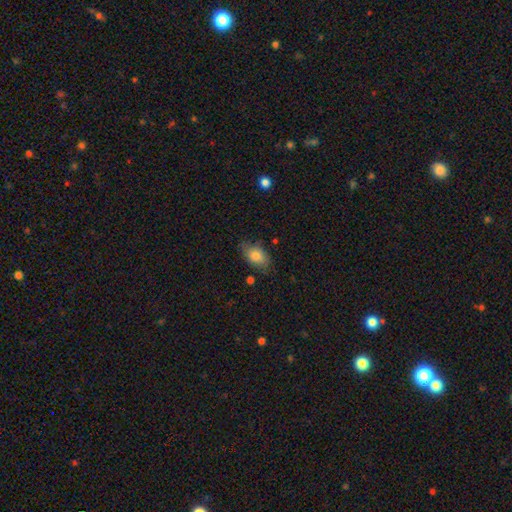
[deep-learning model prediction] The model was most divided on "merging": none: 70%, minor disturbance: 23%, major disturbance: 5%, merger: 2%. More confident: how rounded — in between (87%); smooth or featured — smooth (80%).